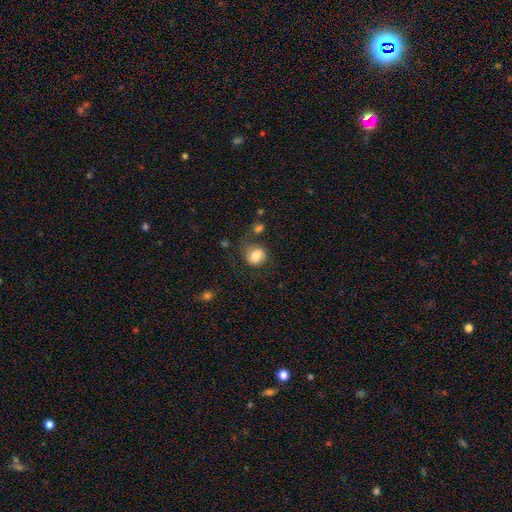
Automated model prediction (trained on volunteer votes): Smooth or featured? smooth (79%)
How rounded? round (78%)
Merging? none (59%)